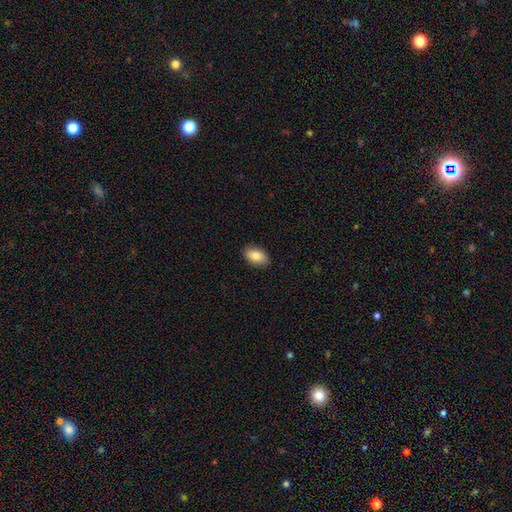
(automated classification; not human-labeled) Overall: smooth (86%). How rounded: in between (92%). Merging: none (89%).